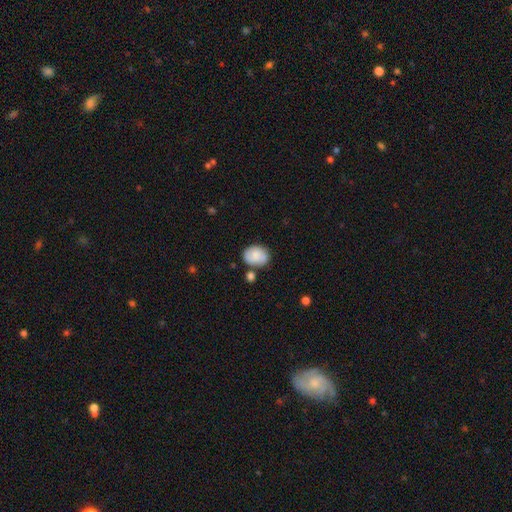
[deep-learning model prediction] This is likely a smooth galaxy (79%). How rounded: likely in between (64%). Merging: likely none (64%).